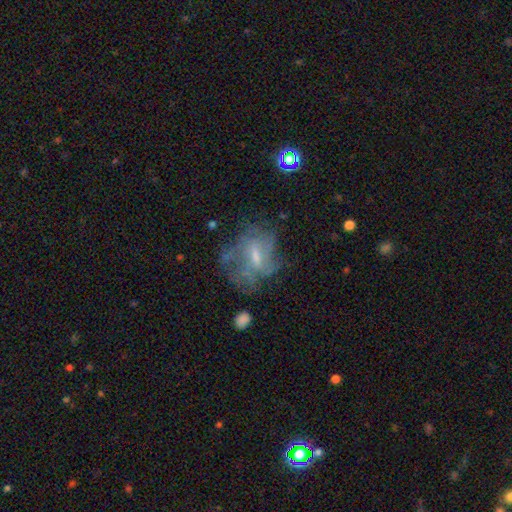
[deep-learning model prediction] featured or disk 60%, smooth 27%, star or artifact 13%. Down the decision tree: edge-on disk — no (96%); bar — weak (52%); spiral arms — yes (52%); bulge size — small (41%); merging — none (51%).